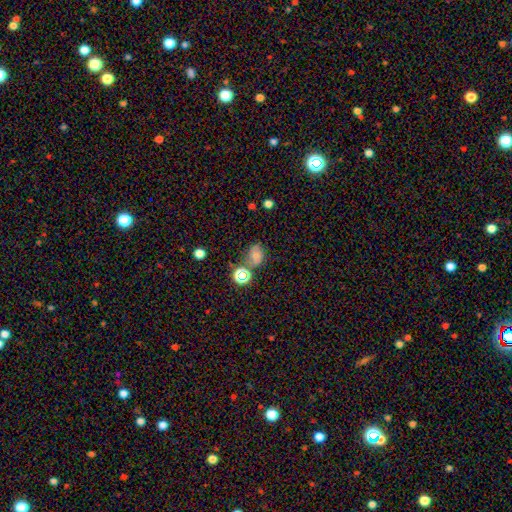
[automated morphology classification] This is likely a smooth galaxy (63%). How rounded: likely in between (62%). Merging: possibly none (52%).